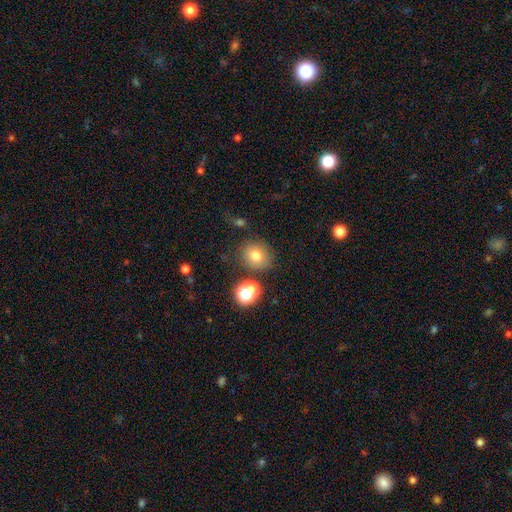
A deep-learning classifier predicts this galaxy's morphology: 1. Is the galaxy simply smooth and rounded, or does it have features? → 75% smooth, 15% star or artifact, 10% featured or disk.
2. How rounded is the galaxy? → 81% round, 18% in between, 1% cigar-shaped.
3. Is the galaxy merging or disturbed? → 77% none, 10% minor disturbance, 8% merger, 4% major disturbance.